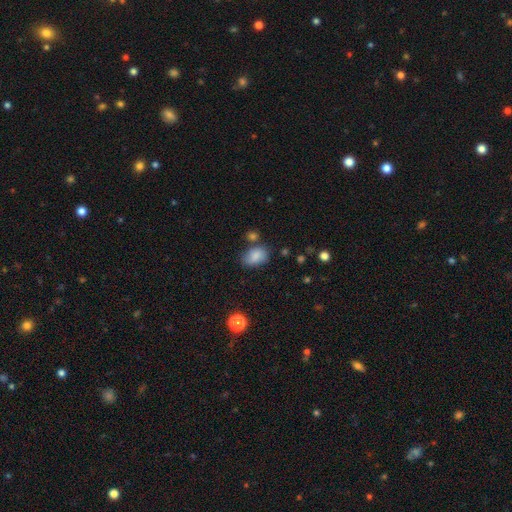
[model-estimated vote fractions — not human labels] Smooth or featured?
  - smooth: 83% *
  - star or artifact: 9%
  - featured or disk: 8%
How rounded?
  - in between: 83% *
  - round: 16%
  - cigar-shaped: 1%
Merging?
  - none: 65% *
  - minor disturbance: 21%
  - merger: 8%
  - major disturbance: 6%